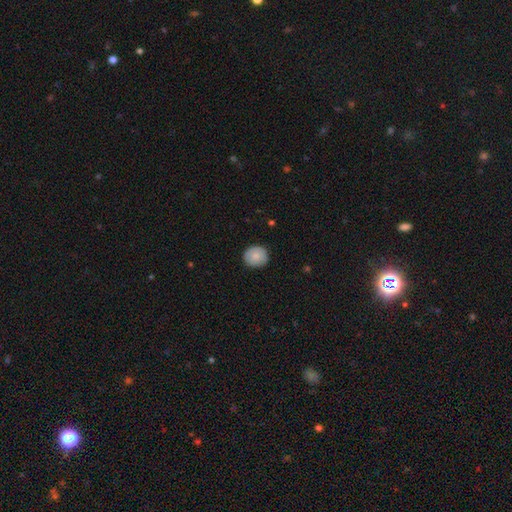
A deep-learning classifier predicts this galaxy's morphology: Overall: smooth (82%). How rounded: round (83%). Merging: none (88%).